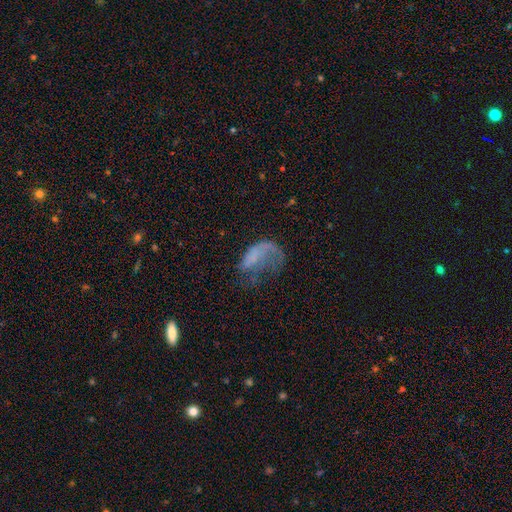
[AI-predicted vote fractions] A featured or disk galaxy (52%) with no bar (82%), no spiral arms (53%) and no central bulge (73%). Merging: major disturbance (57%).